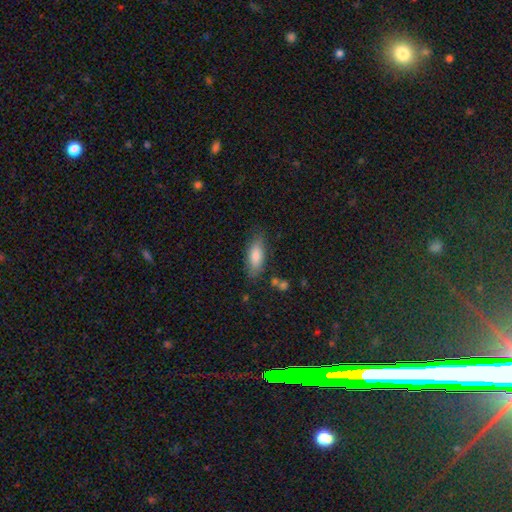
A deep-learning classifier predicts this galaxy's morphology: A smooth galaxy with no disk features (79%) that is in between round and cigar-shaped (69%). Merging: none (79%).